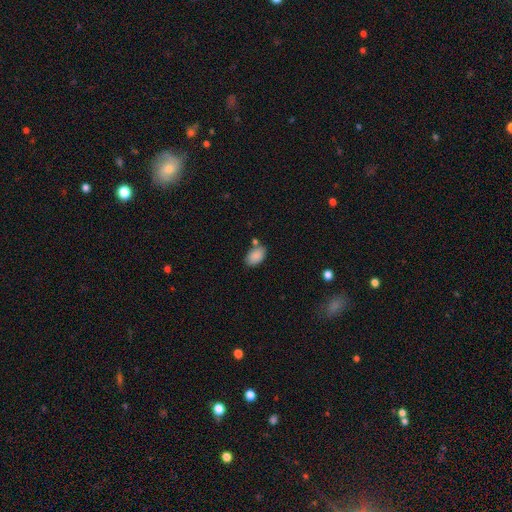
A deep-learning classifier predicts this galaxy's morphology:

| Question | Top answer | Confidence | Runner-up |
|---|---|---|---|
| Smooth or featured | smooth | 89% | star or artifact (7%) |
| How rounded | in between | 91% | round (8%) |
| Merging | none | 71% | minor disturbance (15%) |